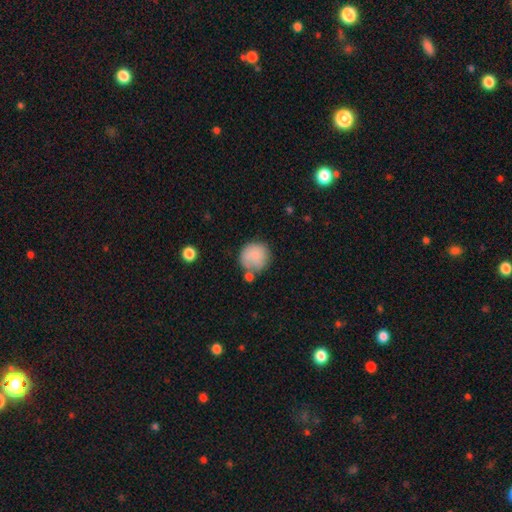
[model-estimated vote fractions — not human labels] This is clearly a smooth galaxy (85%). How rounded: clearly round (89%). Merging: likely none (61%).